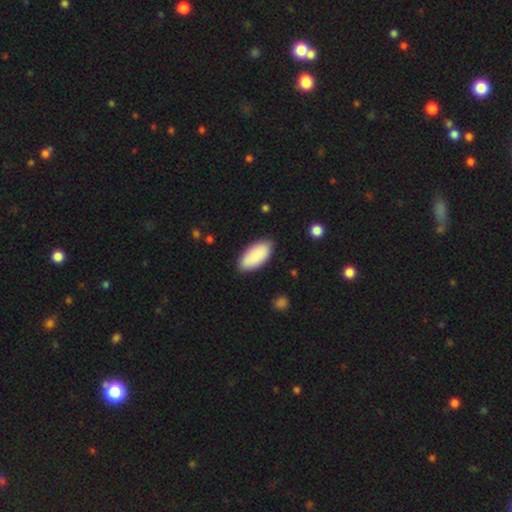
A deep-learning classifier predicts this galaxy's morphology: Smooth or featured? smooth (89%)
How rounded? in between (92%)
Merging? none (86%)